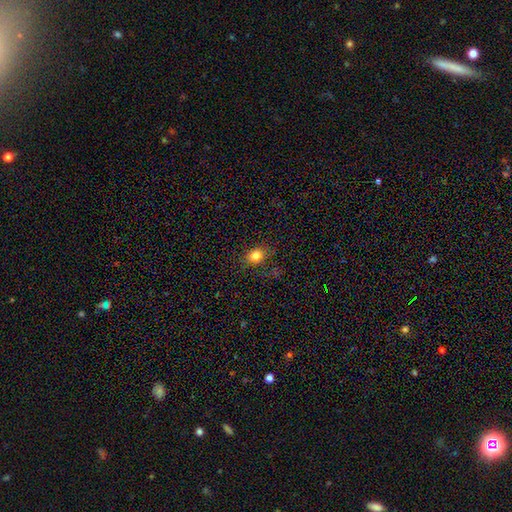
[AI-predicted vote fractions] This appears to be a smooth galaxy with no disk features (81%) that is in between round and cigar-shaped (54%). Merging: none (83%).